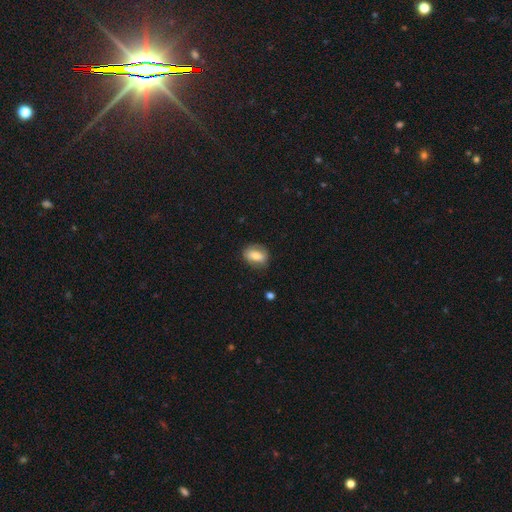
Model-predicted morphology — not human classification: Q: Smooth or featured?
A: smooth (71%); runner-up: featured or disk (22%)
Q: How rounded?
A: in between (71%); runner-up: round (26%)
Q: Merging?
A: none (75%); runner-up: minor disturbance (18%)